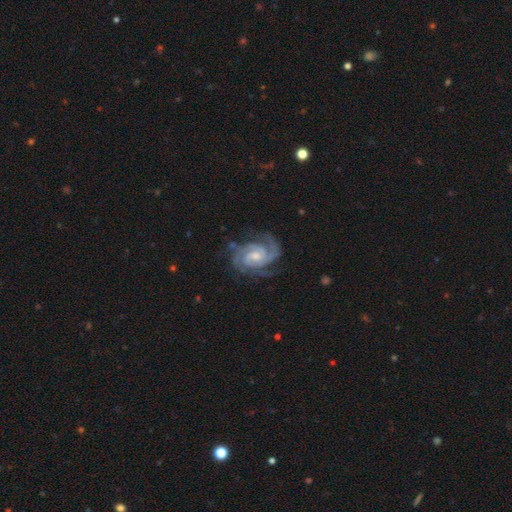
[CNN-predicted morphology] Smooth or featured: featured or disk — 92% (smooth — 4%)
Edge-on disk: no — 98% (yes — 2%)
Bar: no — 49% (weak — 41%)
Spiral arms: yes — 98% (no — 2%)
Spiral winding: tight — 62% (medium — 34%)
Spiral arm count: 2 — 37% (tied with 3 — 37%)
Bulge size: moderate — 50% (small — 40%)
Merging: none — 72% (minor disturbance — 18%)